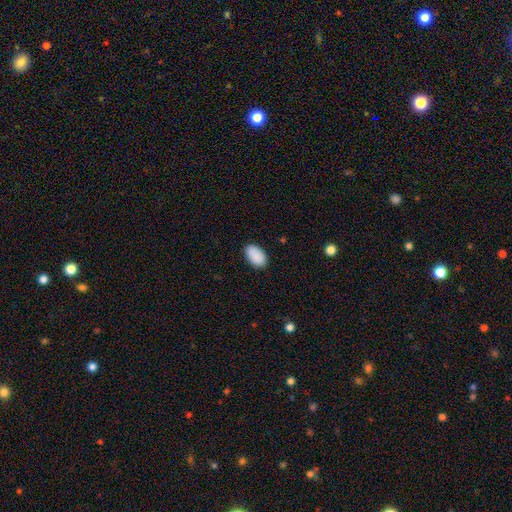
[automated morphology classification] A smooth galaxy with no disk features (90%) that is in between round and cigar-shaped (93%).

Vote fractions:
- Smooth or featured? smooth: 90% / star or artifact: 6% / featured or disk: 3%
- How rounded? in between: 93% / round: 6% / cigar-shaped: 1%
- Merging? none: 87% / minor disturbance: 10% / major disturbance: 2% / merger: 1%